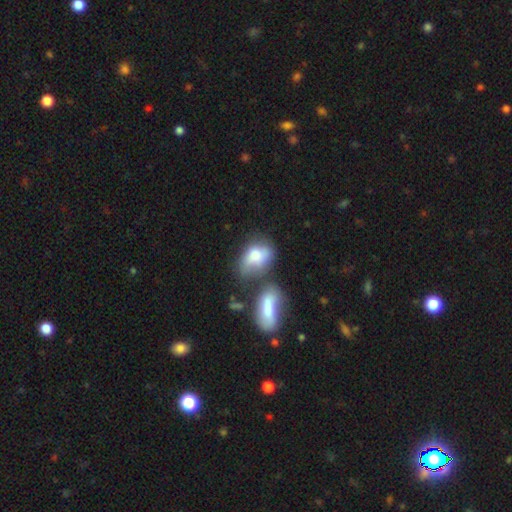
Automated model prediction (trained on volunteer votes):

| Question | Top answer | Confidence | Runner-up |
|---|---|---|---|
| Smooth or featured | smooth | 67% | featured or disk (24%) |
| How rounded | in between | 79% | round (18%) |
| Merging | merger | 33% | none (29%) |